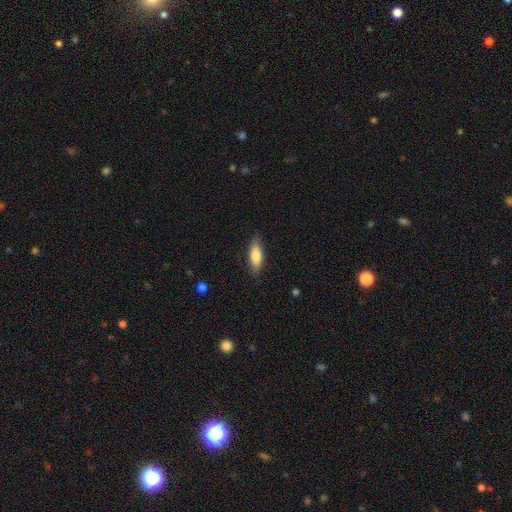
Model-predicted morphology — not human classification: Smooth or featured? smooth (80%)
How rounded? in between (60%)
Merging? none (85%)